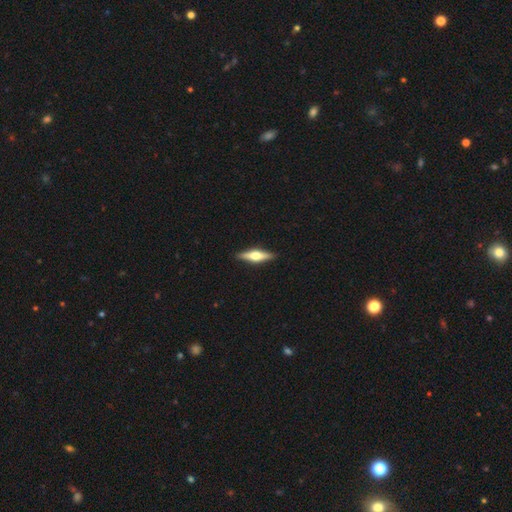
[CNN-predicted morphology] smooth-or-featured: featured or disk: 67% | smooth: 28% | star or artifact: 5%
  disk-edge-on: yes: 97% | no: 3%
    edge-on-bulge: rounded: 93% | boxy: 5% | none: 2%
  merging: none: 91% | minor disturbance: 7% | major disturbance: 2% | merger: 1%